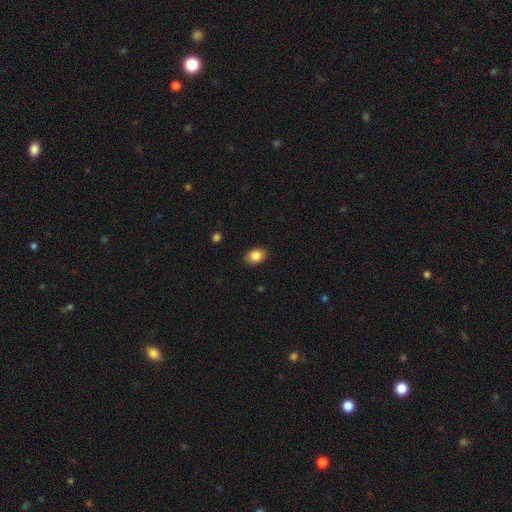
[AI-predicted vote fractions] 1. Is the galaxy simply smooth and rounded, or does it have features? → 86% smooth, 8% star or artifact, 6% featured or disk.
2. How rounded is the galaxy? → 81% in between, 18% round, 1% cigar-shaped.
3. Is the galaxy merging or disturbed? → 87% none, 9% minor disturbance, 2% major disturbance, 1% merger.